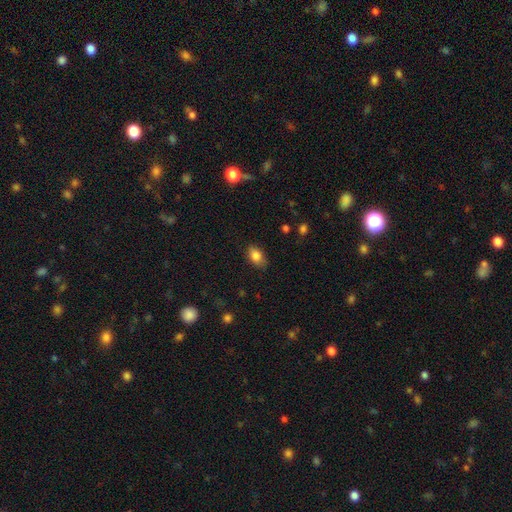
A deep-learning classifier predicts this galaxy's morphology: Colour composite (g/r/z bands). It shows a smooth galaxy with no disk features (83%) that is in between round and cigar-shaped (86%). Merging: none (80%).